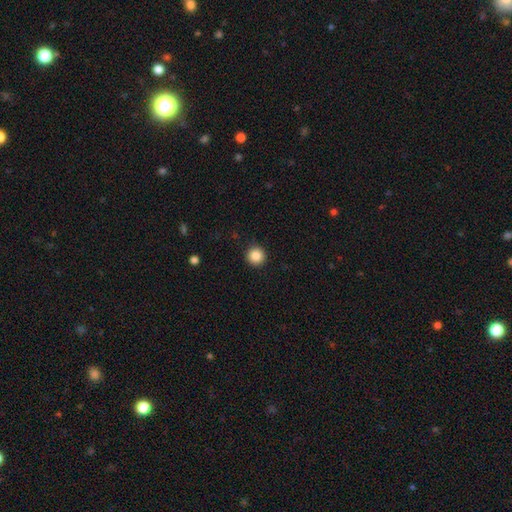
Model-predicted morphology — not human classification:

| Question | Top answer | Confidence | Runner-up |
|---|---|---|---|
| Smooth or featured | smooth | 86% | star or artifact (10%) |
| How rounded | round | 96% | in between (3%) |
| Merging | none | 93% | minor disturbance (5%) |